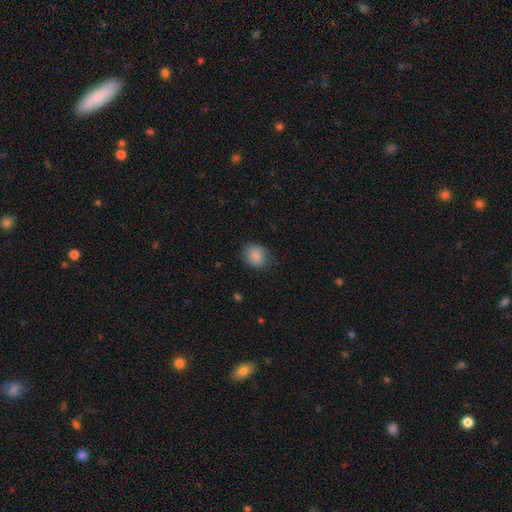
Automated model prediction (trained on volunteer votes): Smooth or featured: smooth — 87% (star or artifact — 8%)
How rounded: round — 52% (in between — 47%)
Merging: none — 76% (minor disturbance — 19%)